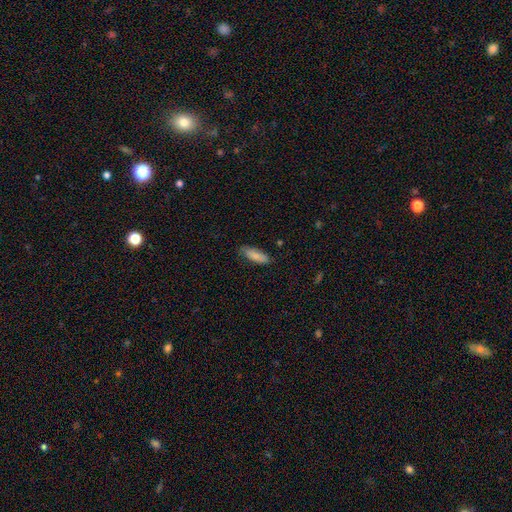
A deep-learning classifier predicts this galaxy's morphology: smooth_or_featured: smooth (p=0.86) [alt: featured or disk p=0.08]
how_rounded: in between (p=0.61) [alt: cigar-shaped p=0.38]
merging: none (p=0.78) [alt: minor disturbance p=0.18]